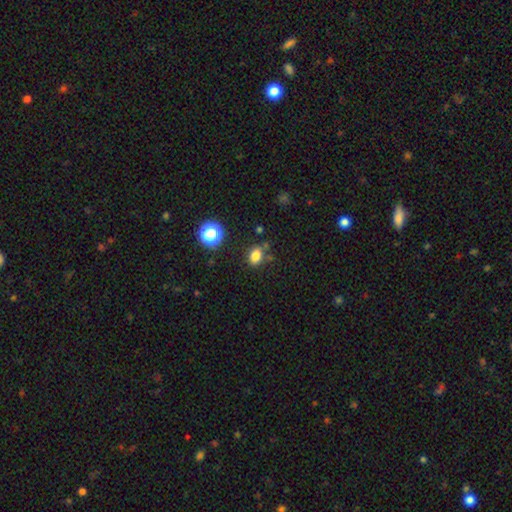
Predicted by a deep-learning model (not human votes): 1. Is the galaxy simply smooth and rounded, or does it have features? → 80% smooth, 14% star or artifact, 6% featured or disk.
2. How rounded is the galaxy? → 65% in between, 33% round, 1% cigar-shaped.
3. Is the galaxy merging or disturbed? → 74% none, 15% minor disturbance, 7% merger, 4% major disturbance.